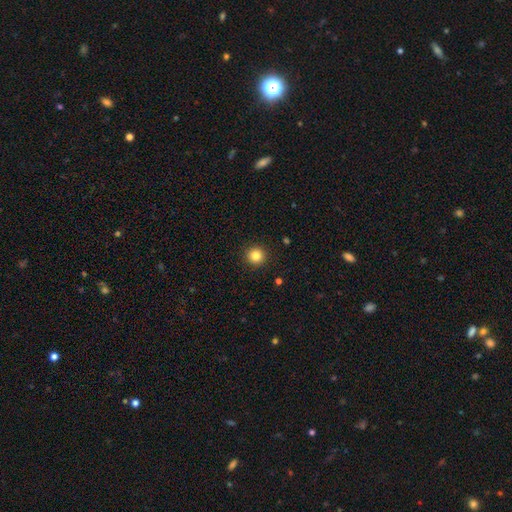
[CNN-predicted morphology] smooth 83%, star or artifact 12%, featured or disk 5%. Down the decision tree: how rounded — round (95%); merging — none (93%).